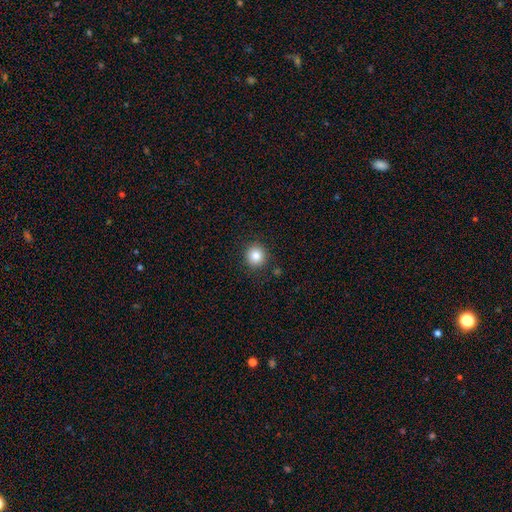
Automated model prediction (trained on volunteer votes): Smooth or featured?
  - smooth: 84% *
  - star or artifact: 10%
  - featured or disk: 5%
How rounded?
  - round: 92% *
  - in between: 7%
  - cigar-shaped: 1%
Merging?
  - none: 90% *
  - minor disturbance: 6%
  - major disturbance: 2%
  - merger: 1%